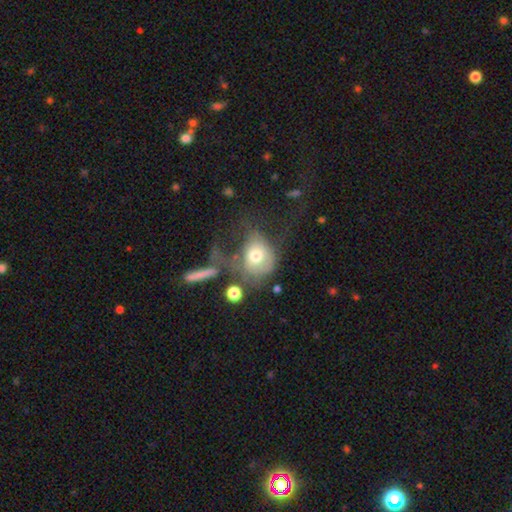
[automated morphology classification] smooth-or-featured: smooth: 61% | featured or disk: 30% | star or artifact: 9%
  how-rounded: round: 57% | in between: 41% | cigar-shaped: 2%
  merging: major disturbance: 50% | none: 20% | merger: 16% | minor disturbance: 15%